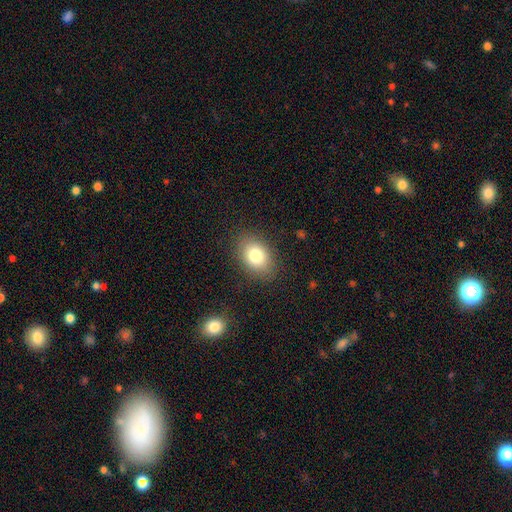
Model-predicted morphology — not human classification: The model was most divided on "how rounded": in between: 75%, round: 24%, cigar-shaped: 1%. More confident: merging — none (85%); smooth or featured — smooth (80%).